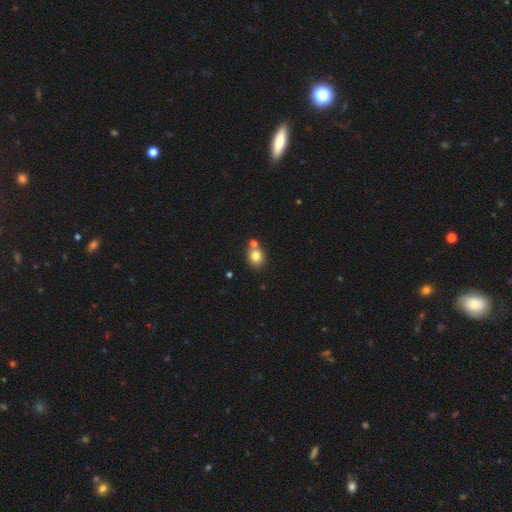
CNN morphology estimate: This is clearly a smooth galaxy (81%). How rounded: likely round (66%). Merging: possibly none (57%).